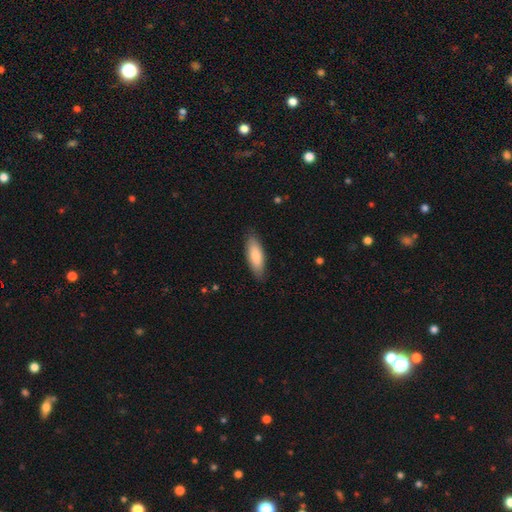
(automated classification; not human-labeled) This is clearly a smooth galaxy (81%). How rounded: likely in between (63%). Merging: clearly none (85%).